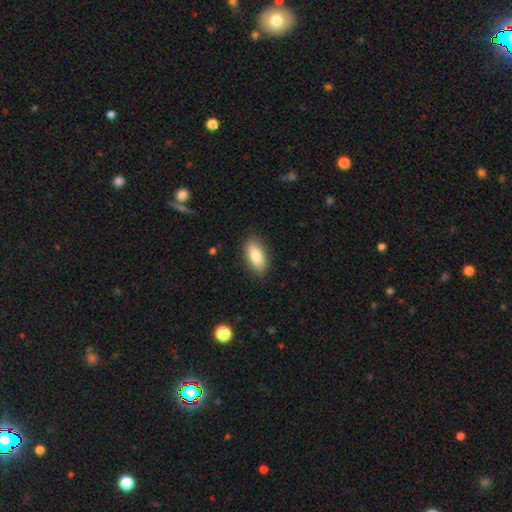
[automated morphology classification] Overall: smooth (82%). How rounded: in between (88%). Merging: none (86%).